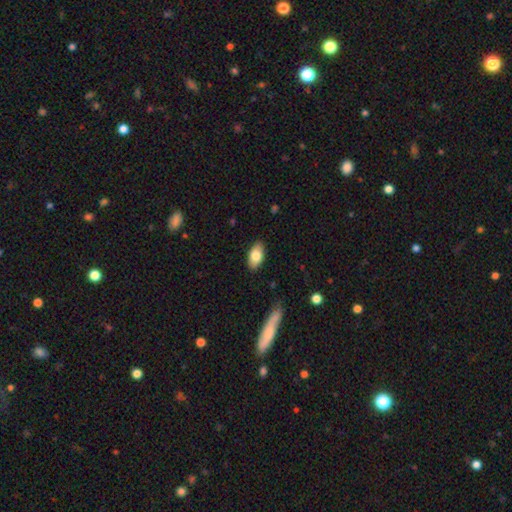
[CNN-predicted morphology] Smooth or featured: smooth — 79% (featured or disk — 14%)
How rounded: in between — 93% (cigar-shaped — 4%)
Merging: none — 87% (minor disturbance — 10%)